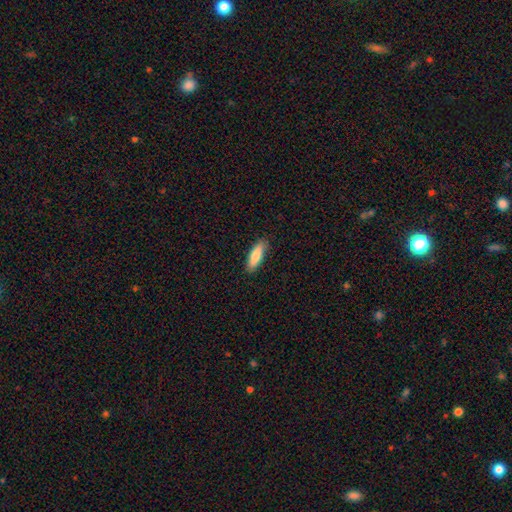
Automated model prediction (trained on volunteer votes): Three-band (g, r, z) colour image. It shows a smooth galaxy with no disk features (84%) that is cigar-shaped (55%). Merging: none (86%).